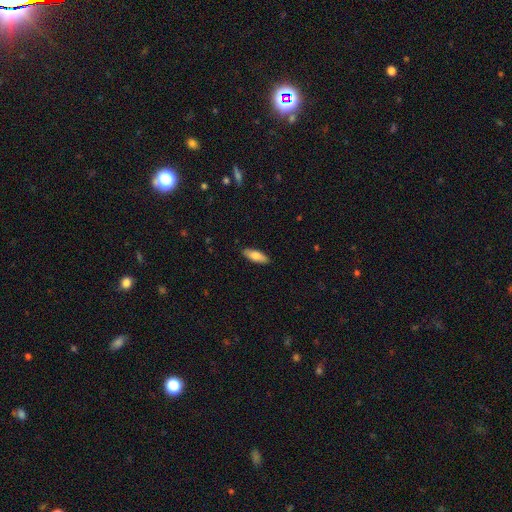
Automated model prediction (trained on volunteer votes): The model was most divided on "how rounded": in between: 68%, cigar-shaped: 30%, round: 2%. More confident: merging — none (89%); smooth or featured — smooth (81%).